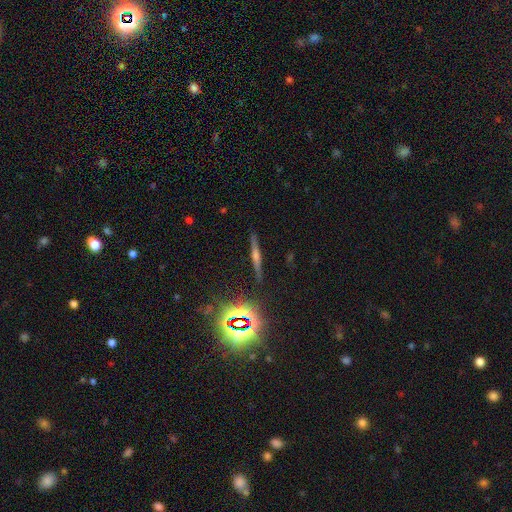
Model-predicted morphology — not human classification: type=featured or disk (59%); edge-on=yes (97%); edge-on bulge=rounded (78%); merging=none (90%).